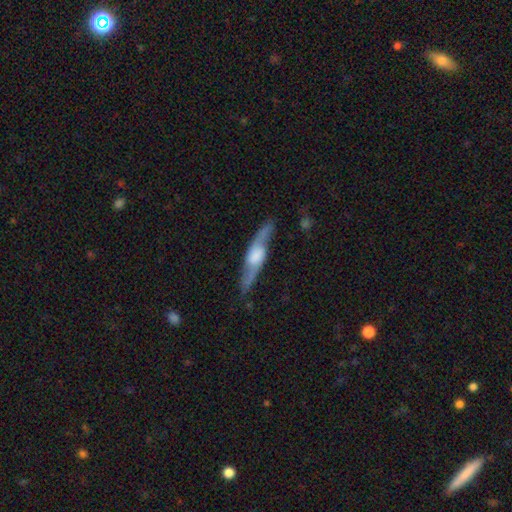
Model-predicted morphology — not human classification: smooth_or_featured: featured or disk (p=0.76) [alt: smooth p=0.19]
disk_edge_on: yes (p=0.80) [alt: no p=0.20]
edge_on_bulge: rounded (p=0.70) [alt: boxy p=0.23]
merging: none (p=0.82) [alt: minor disturbance p=0.13]